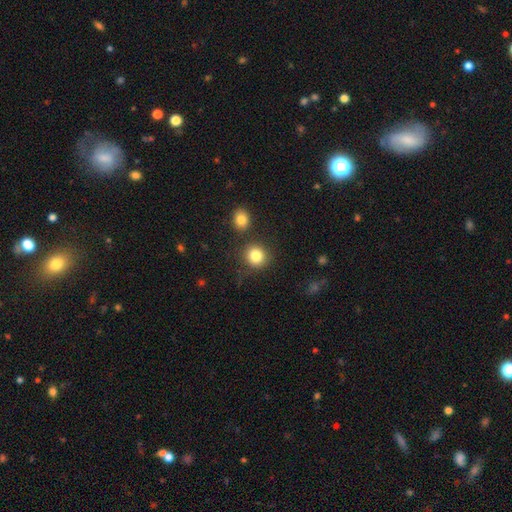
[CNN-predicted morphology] This is clearly a smooth galaxy (84%). How rounded: clearly round (88%). Merging: clearly none (81%).